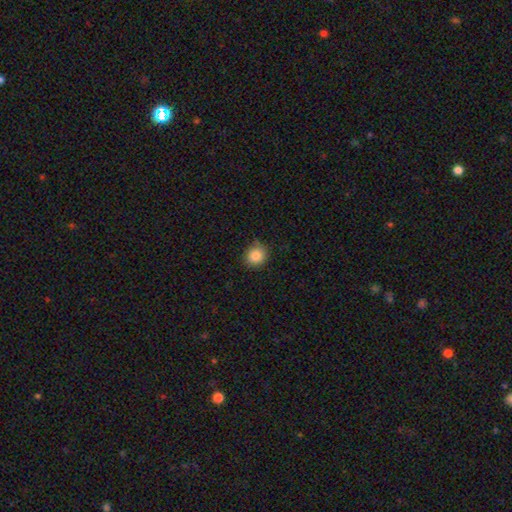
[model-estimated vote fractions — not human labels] A smooth galaxy with no disk features (85%) that is round (87%).

Vote fractions:
- Smooth or featured? smooth: 85% / star or artifact: 10% / featured or disk: 5%
- How rounded? round: 87% / in between: 12% / cigar-shaped: 1%
- Merging? none: 79% / minor disturbance: 17% / major disturbance: 3% / merger: 1%